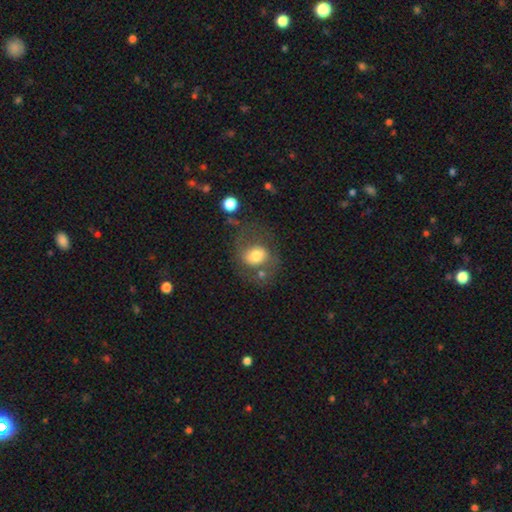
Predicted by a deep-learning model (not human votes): The model was most divided on "how rounded": round: 59%, in between: 40%, cigar-shaped: 1%. More confident: smooth or featured — smooth (56%); merging — none (53%).